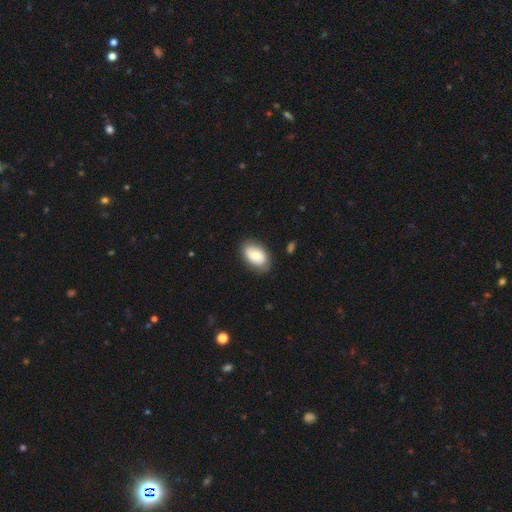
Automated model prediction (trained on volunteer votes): smooth-or-featured: smooth: 64% | featured or disk: 29% | star or artifact: 7%
  how-rounded: in between: 89% | round: 10% | cigar-shaped: 1%
  merging: none: 82% | minor disturbance: 13% | major disturbance: 4% | merger: 1%